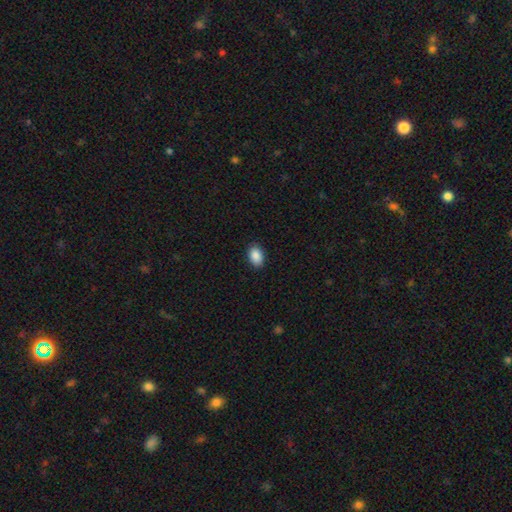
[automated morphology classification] This appears to be a smooth galaxy with no disk features (89%) that is in between round and cigar-shaped (87%). Merging: none (88%).